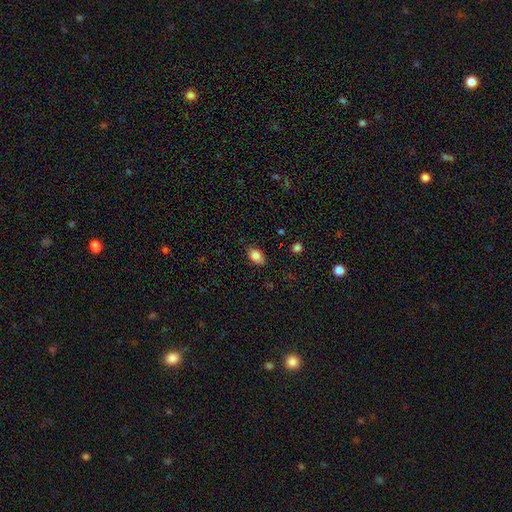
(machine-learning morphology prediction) Smooth or featured? Predicted: smooth (p=0.84). How rounded? Predicted: in between (p=0.87). Merging? Predicted: none (p=0.82).